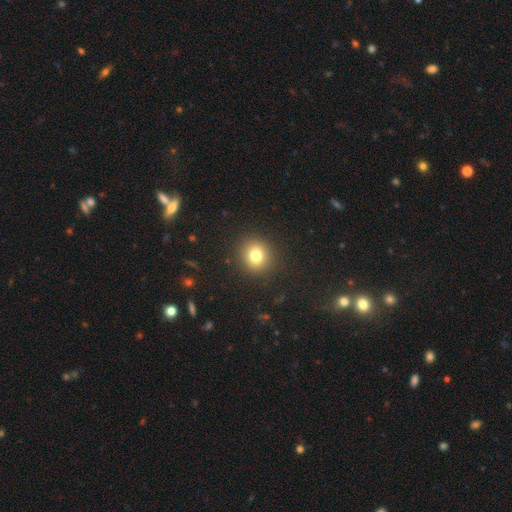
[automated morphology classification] smooth 78%, star or artifact 13%, featured or disk 8%. Down the decision tree: how rounded — round (88%); merging — none (91%).